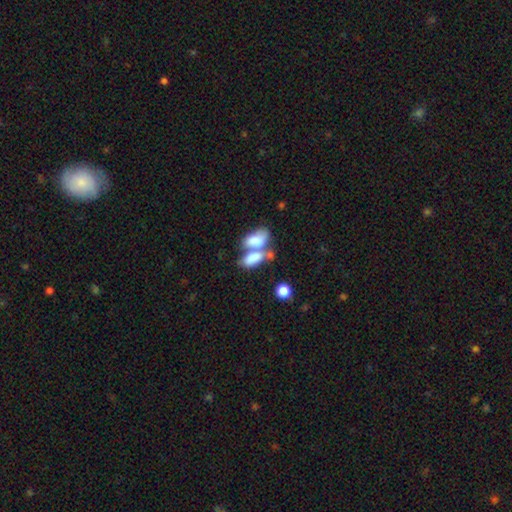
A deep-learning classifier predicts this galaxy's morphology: Smooth or featured: smooth — 77% (featured or disk — 16%)
How rounded: in between — 90% (cigar-shaped — 6%)
Merging: merger — 69% (none — 17%)